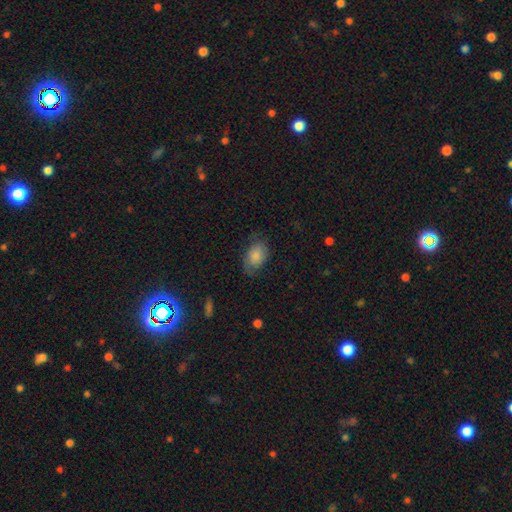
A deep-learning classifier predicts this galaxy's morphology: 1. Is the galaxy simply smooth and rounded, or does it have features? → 75% smooth, 17% featured or disk, 8% star or artifact.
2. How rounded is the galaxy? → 85% in between, 13% round, 1% cigar-shaped.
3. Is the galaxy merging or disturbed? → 60% none, 27% minor disturbance, 11% major disturbance, 1% merger.